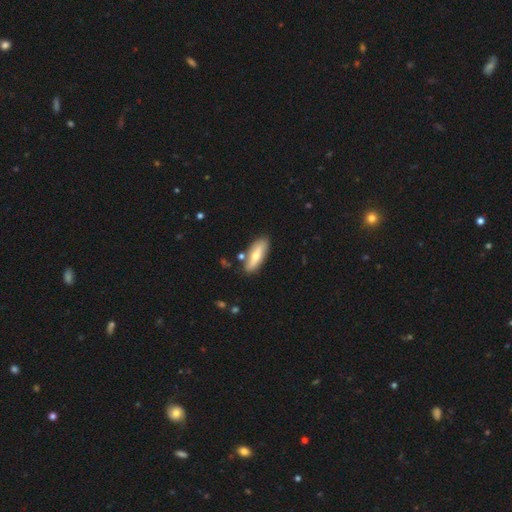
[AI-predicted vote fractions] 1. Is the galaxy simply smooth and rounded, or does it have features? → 60% smooth, 35% featured or disk, 6% star or artifact.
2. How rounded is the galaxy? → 59% in between, 39% cigar-shaped, 2% round.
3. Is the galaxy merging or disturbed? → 79% none, 12% minor disturbance, 6% merger, 3% major disturbance.